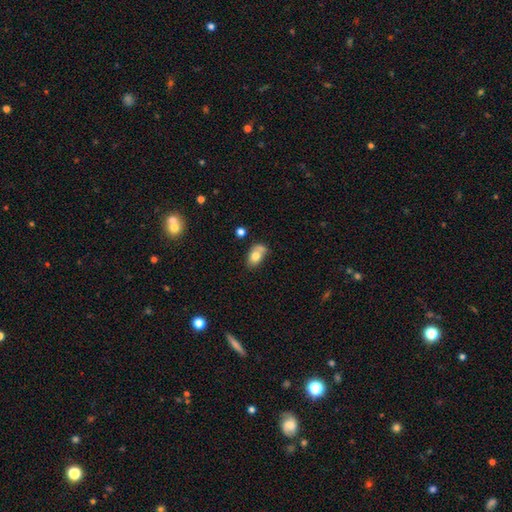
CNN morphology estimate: Overall: smooth (75%). How rounded: in between (84%). Merging: none (41%; minor disturbance 27%).